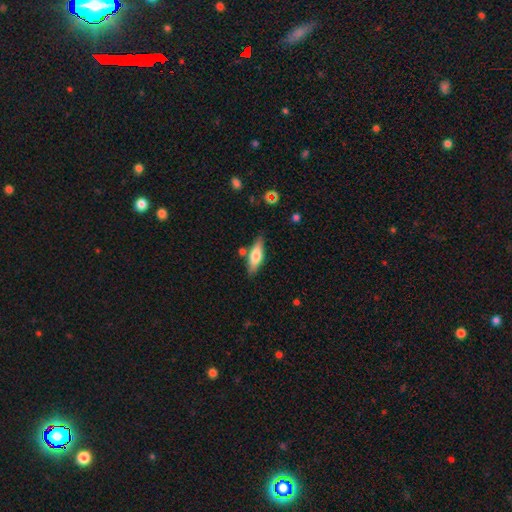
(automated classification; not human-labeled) The model was most divided on "how rounded": in between: 51%, cigar-shaped: 47%, round: 2%. More confident: merging — none (79%); smooth or featured — smooth (60%).